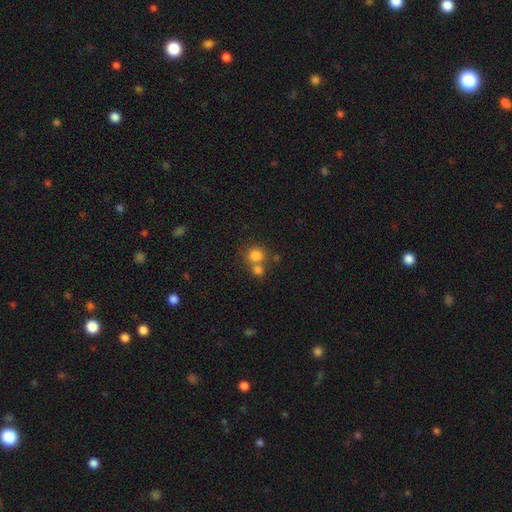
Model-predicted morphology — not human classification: Overall: smooth (80%). How rounded: round (84%). Merging: none (51%; merger 38%).